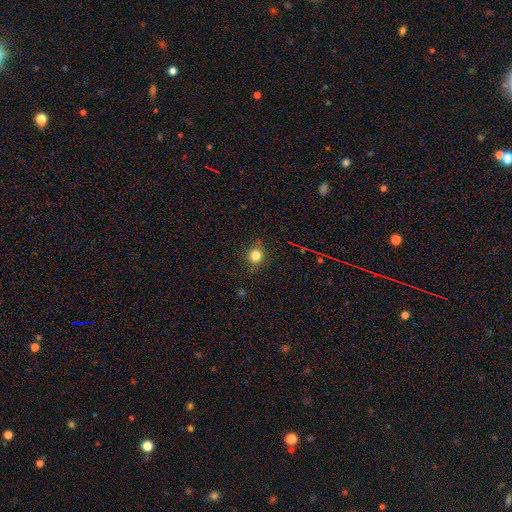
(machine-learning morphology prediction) Smooth or featured? smooth (82%)
How rounded? round (81%)
Merging? none (84%)